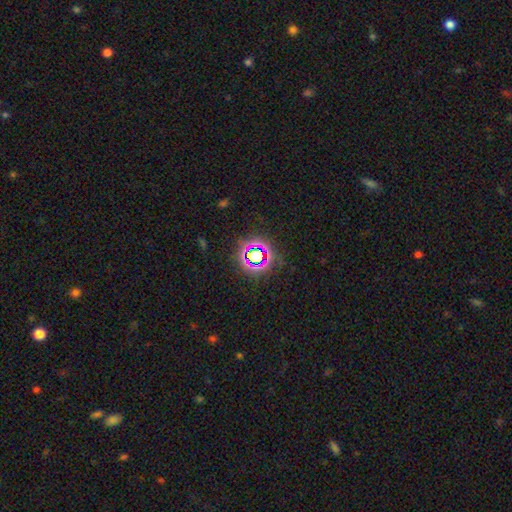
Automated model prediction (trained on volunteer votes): Smooth or featured?
  - star or artifact: 68% *
  - smooth: 21%
  - featured or disk: 12%